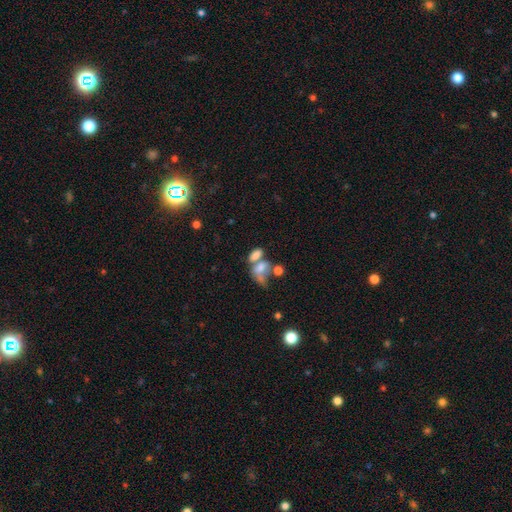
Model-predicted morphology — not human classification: smooth_or_featured: smooth (p=0.67) [alt: featured or disk p=0.21]
how_rounded: in between (p=0.84) [alt: round p=0.11]
merging: merger (p=0.55) [alt: none p=0.21]